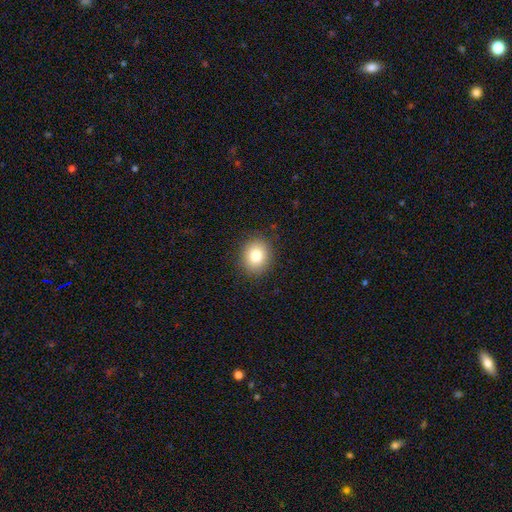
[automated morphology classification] smooth 81%, star or artifact 10%, featured or disk 8%. Down the decision tree: how rounded — round (69%); merging — none (88%).